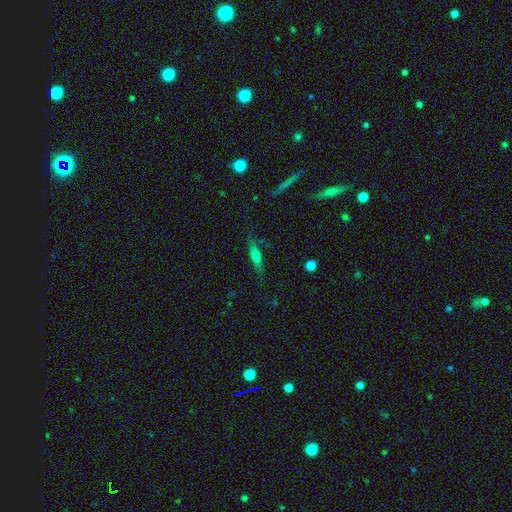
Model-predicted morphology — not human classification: Smooth or featured? Predicted: featured or disk (p=0.46, tied with smooth). Merging? Predicted: none (p=0.82).